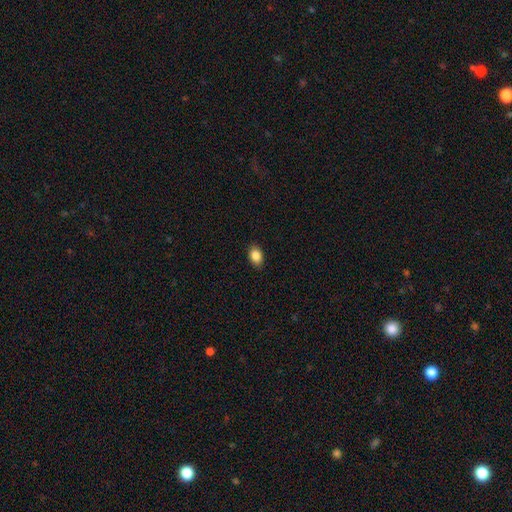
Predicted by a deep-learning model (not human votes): Smooth or featured? Predicted: smooth (p=0.86). How rounded? Predicted: in between (p=0.81). Merging? Predicted: none (p=0.89).